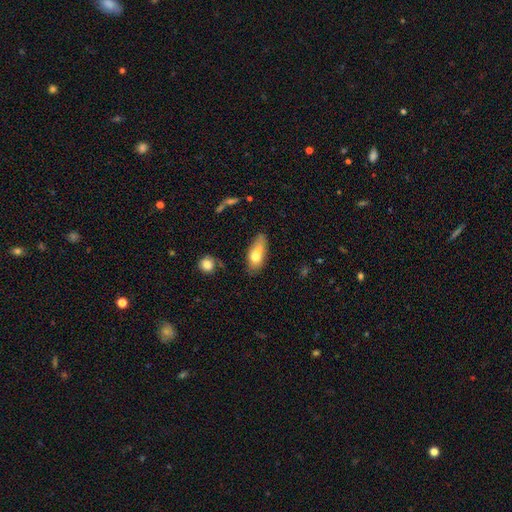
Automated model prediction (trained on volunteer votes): smooth-or-featured: smooth: 70% | featured or disk: 22% | star or artifact: 8%
  how-rounded: in between: 72% | cigar-shaped: 24% | round: 4%
  merging: none: 44% | minor disturbance: 28% | merger: 17% | major disturbance: 11%